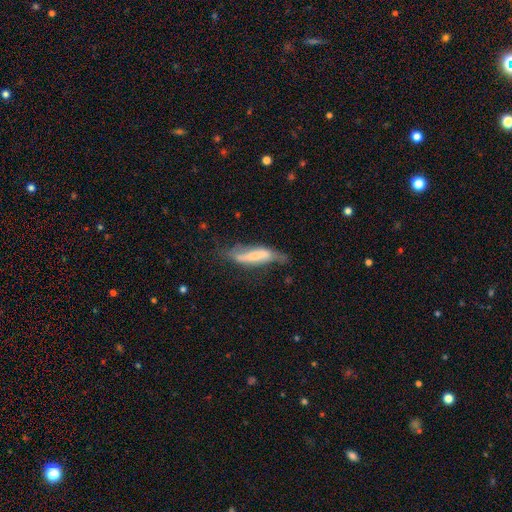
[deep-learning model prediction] Smooth or featured?
  - featured or disk: 48% *
  - smooth: 44%
  - star or artifact: 7%
Merging?
  - none: 42% *
  - minor disturbance: 33%
  - major disturbance: 20%
  - merger: 4%